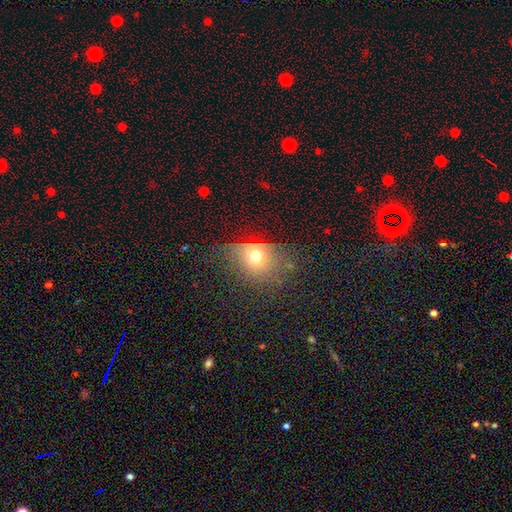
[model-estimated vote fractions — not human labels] A smooth galaxy with no disk features (66%) that is round (52%).

Vote fractions:
- Smooth or featured? smooth: 66% / star or artifact: 17% / featured or disk: 17%
- How rounded? round: 52% / in between: 46% / cigar-shaped: 2%
- Merging? none: 54% / minor disturbance: 24% / major disturbance: 19% / merger: 3%